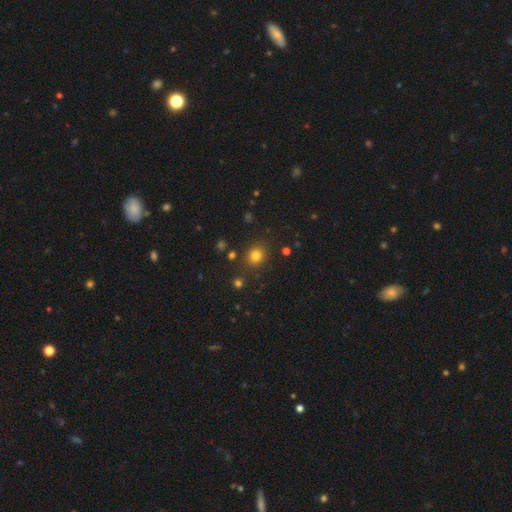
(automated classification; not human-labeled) A smooth galaxy with no disk features (79%) that is round (78%). Merging: none (86%).